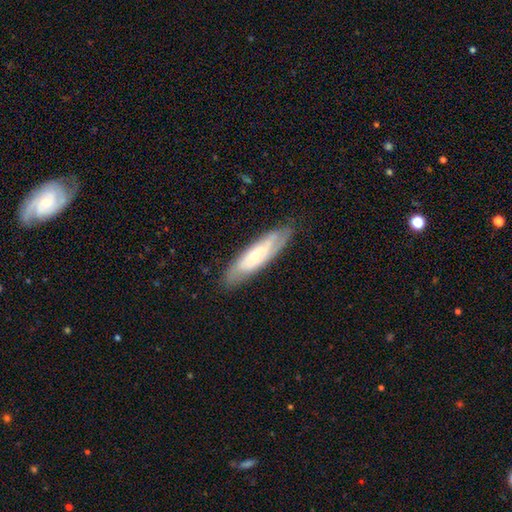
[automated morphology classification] featured or disk 59%, smooth 35%, star or artifact 6%. Down the decision tree: edge-on disk — no (67%); merging — none (79%).